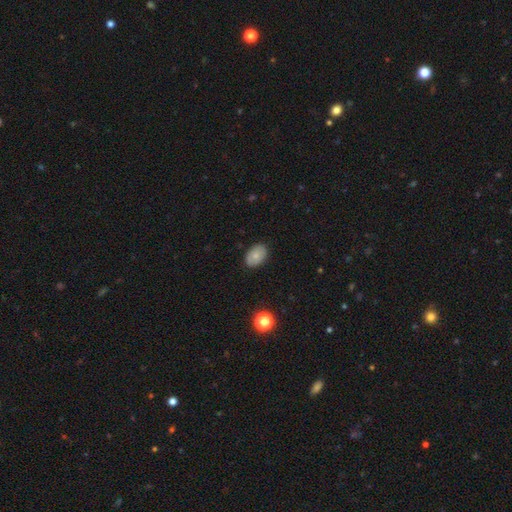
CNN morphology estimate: Smooth or featured: smooth — 77% (featured or disk — 15%)
How rounded: in between — 85% (round — 14%)
Merging: none — 86% (minor disturbance — 11%)